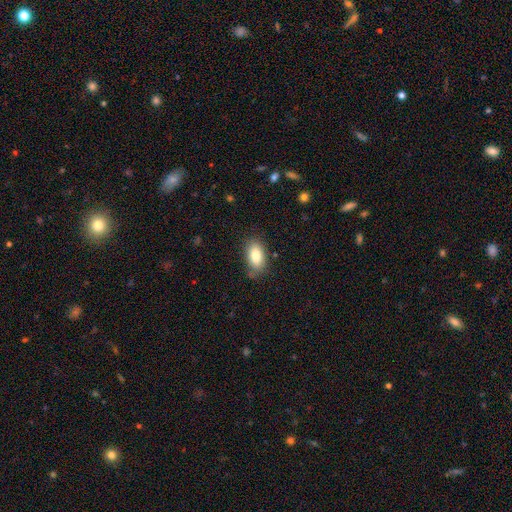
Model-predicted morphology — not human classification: A smooth galaxy with no disk features (81%) that is in between round and cigar-shaped (91%). Merging: none (80%).